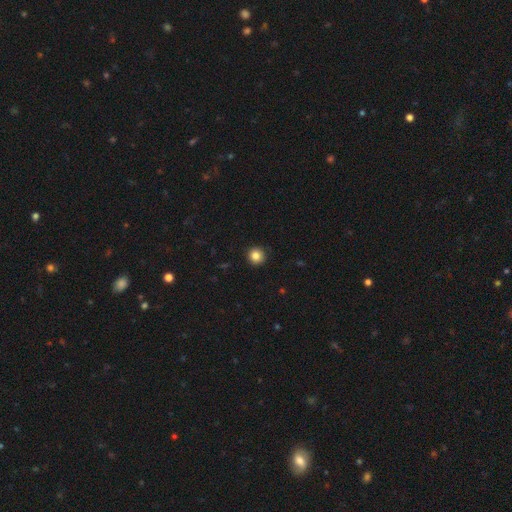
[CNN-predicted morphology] A smooth galaxy with no disk features (85%) that is round (95%).

Vote fractions:
- Smooth or featured? smooth: 85% / star or artifact: 10% / featured or disk: 5%
- How rounded? round: 95% / in between: 4% / cigar-shaped: 1%
- Merging? none: 93% / minor disturbance: 5% / major disturbance: 2% / merger: 1%